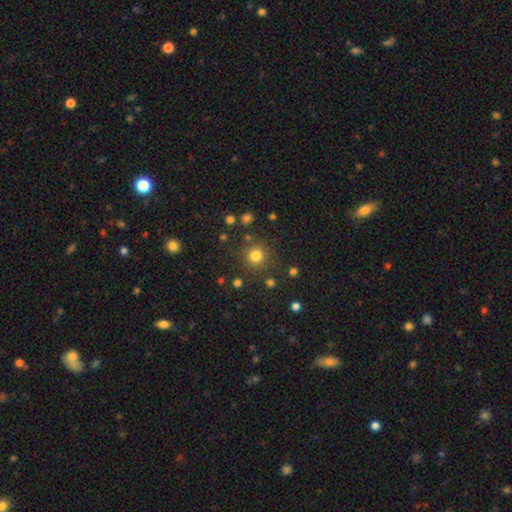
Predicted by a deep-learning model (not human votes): Overall: smooth (80%). How rounded: round (94%). Merging: none (85%).